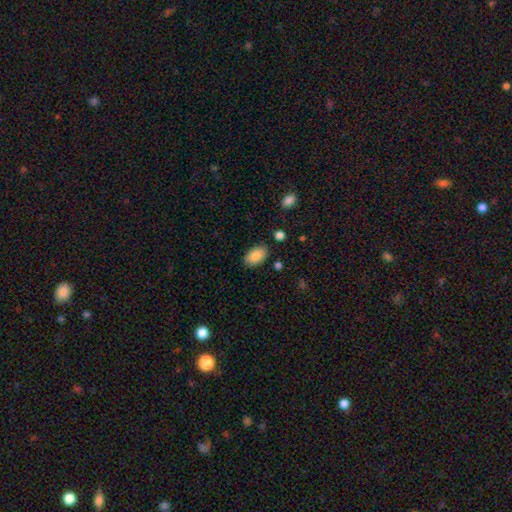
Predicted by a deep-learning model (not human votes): Smooth or featured?
  - smooth: 86% *
  - star or artifact: 7%
  - featured or disk: 7%
How rounded?
  - in between: 92% *
  - round: 6%
  - cigar-shaped: 1%
Merging?
  - none: 84% *
  - minor disturbance: 12%
  - major disturbance: 3%
  - merger: 2%